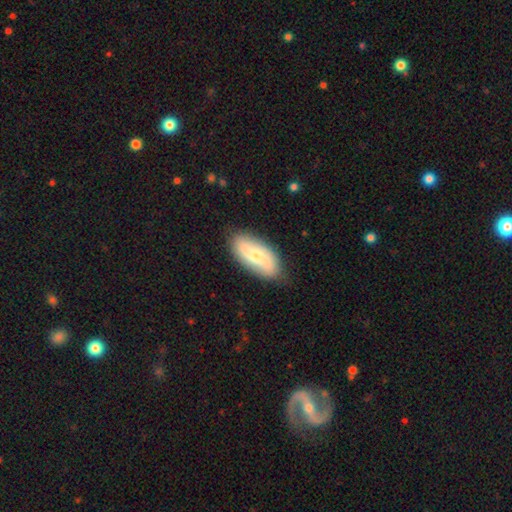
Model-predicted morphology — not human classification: Smooth or featured? Predicted: featured or disk (p=0.57). Edge-on disk? Predicted: no (p=0.90). Bar? Predicted: weak (p=0.44). Spiral arms? Predicted: yes (p=0.84). Bulge size? Predicted: small (p=0.47). Merging? Predicted: none (p=0.84).